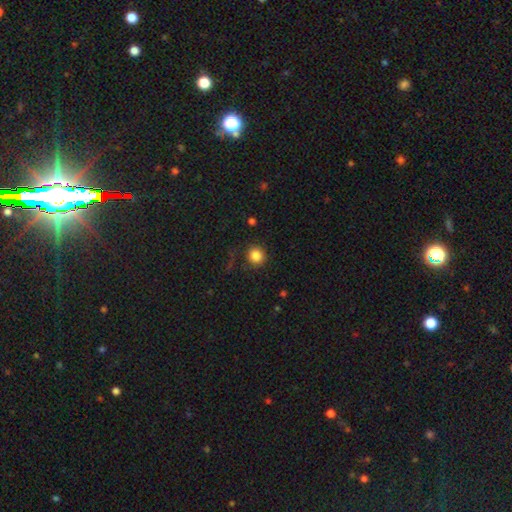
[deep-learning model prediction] Overall: smooth (85%). How rounded: round (91%). Merging: none (84%).